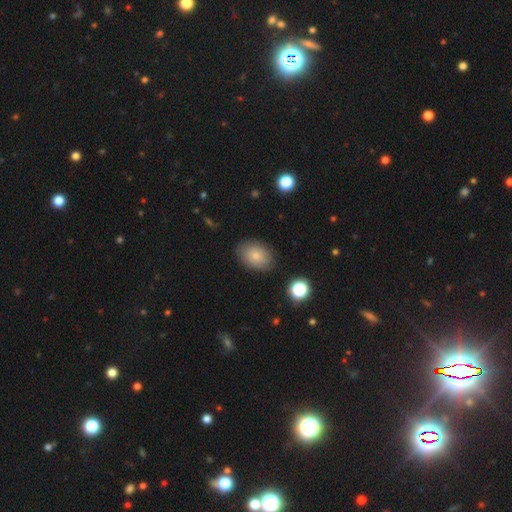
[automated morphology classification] This is clearly a smooth galaxy (82%). How rounded: likely in between (79%). Merging: clearly none (84%).